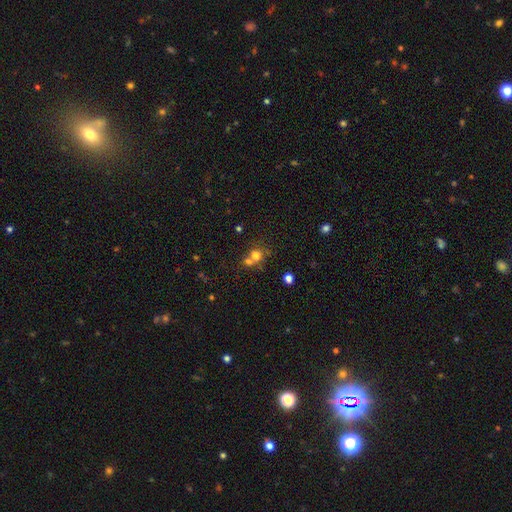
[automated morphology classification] Smooth or featured: smooth — 70% (star or artifact — 16%)
How rounded: round — 78% (in between — 21%)
Merging: merger — 49% (none — 38%)